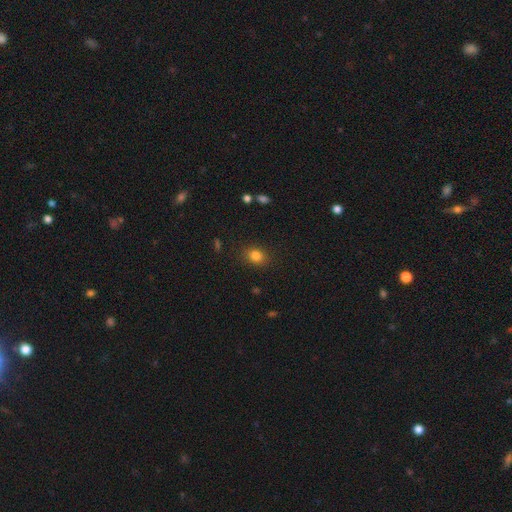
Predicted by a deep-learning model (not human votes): Smooth or featured?
  - smooth: 82% *
  - star or artifact: 12%
  - featured or disk: 6%
How rounded?
  - round: 52% *
  - in between: 47%
  - cigar-shaped: 1%
Merging?
  - none: 87% *
  - minor disturbance: 9%
  - major disturbance: 3%
  - merger: 1%